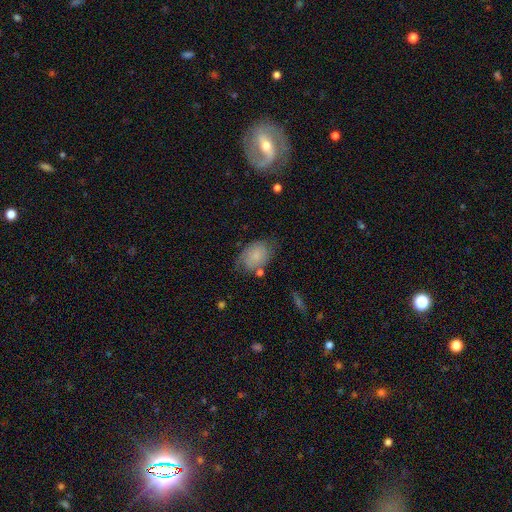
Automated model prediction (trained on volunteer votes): The model was most divided on "merging": none: 57%, minor disturbance: 27%, major disturbance: 10%, merger: 6%. More confident: how rounded — in between (81%); smooth or featured — smooth (70%).